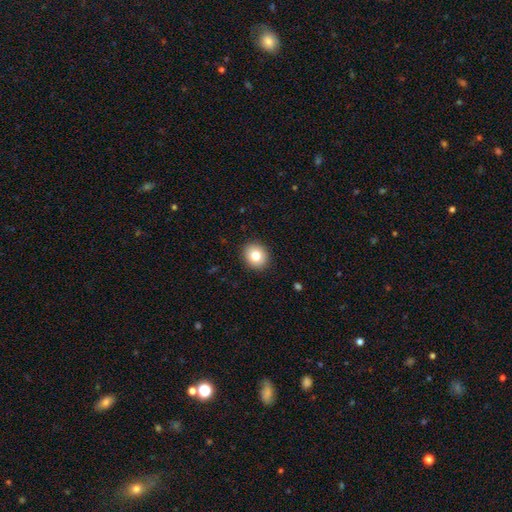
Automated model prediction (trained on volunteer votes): Smooth or featured?
  - smooth: 79% *
  - featured or disk: 11%
  - star or artifact: 10%
How rounded?
  - round: 78% *
  - in between: 22%
  - cigar-shaped: 1%
Merging?
  - none: 91% *
  - minor disturbance: 6%
  - major disturbance: 2%
  - merger: 1%